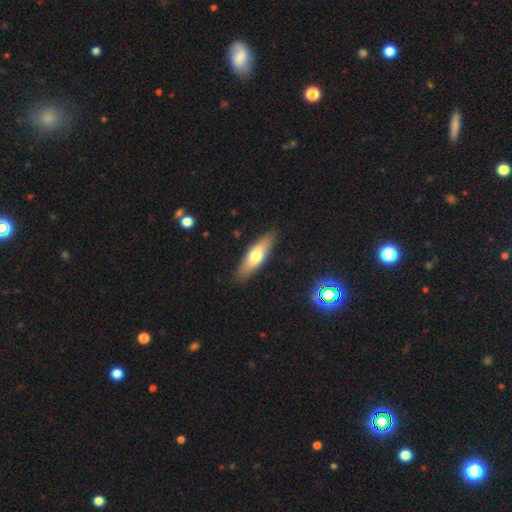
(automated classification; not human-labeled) The model was most divided on "how rounded": cigar-shaped: 51%, in between: 47%, round: 2%. More confident: merging — none (88%); smooth or featured — smooth (64%).